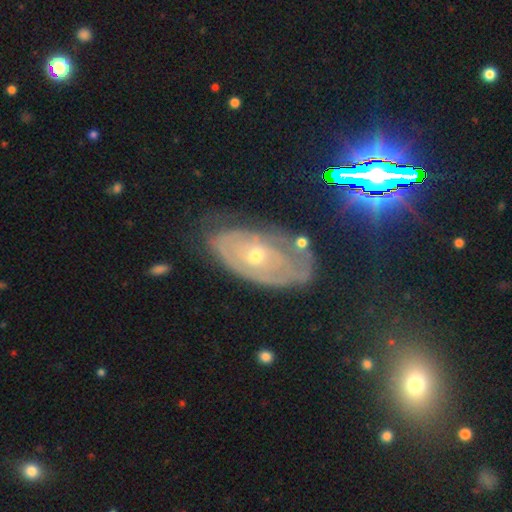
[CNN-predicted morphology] type=featured or disk (71%); edge-on=no (91%); bar=no (80%); spiral arms=yes (69%); bulge=small (54%); merging=none (64%).